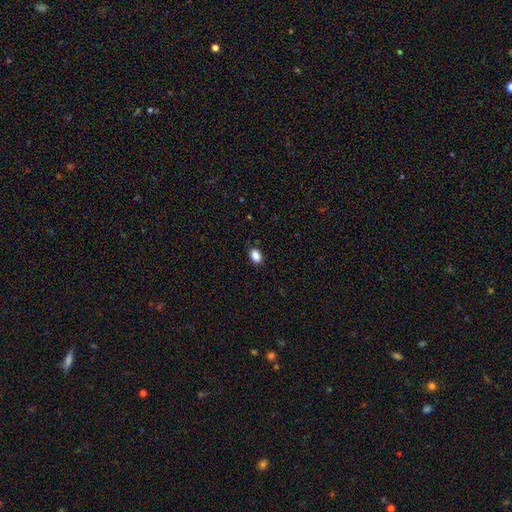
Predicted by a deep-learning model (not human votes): smooth_or_featured: smooth (p=0.88) [alt: star or artifact p=0.09]
how_rounded: in between (p=0.84) [alt: round p=0.15]
merging: none (p=0.86) [alt: minor disturbance p=0.11]